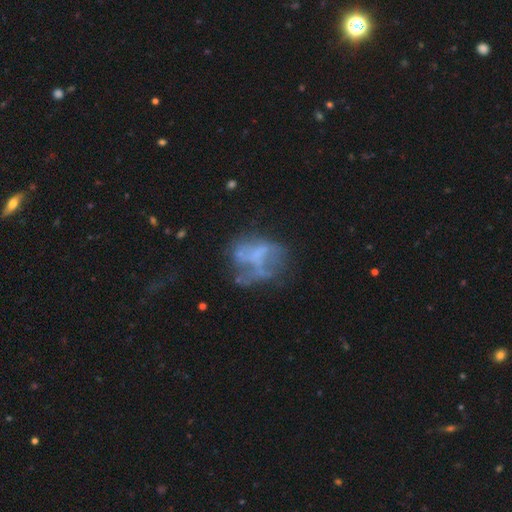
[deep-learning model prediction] Q: Smooth or featured?
A: featured or disk (58%); runner-up: smooth (27%)
Q: Edge-on disk?
A: no (97%); runner-up: yes (3%)
Q: Bar?
A: no (81%); runner-up: weak (13%)
Q: Spiral arms?
A: no (86%); runner-up: yes (14%)
Q: Bulge size?
A: none (74%); runner-up: small (12%)
Q: Merging?
A: none (37%); runner-up: major disturbance (34%)